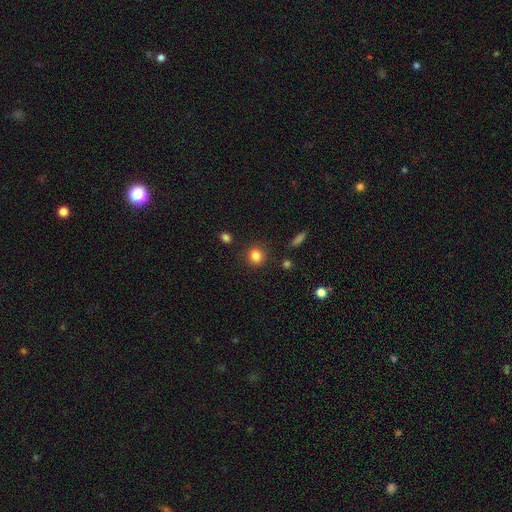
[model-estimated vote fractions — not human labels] Smooth or featured? smooth (84%)
How rounded? round (83%)
Merging? none (87%)